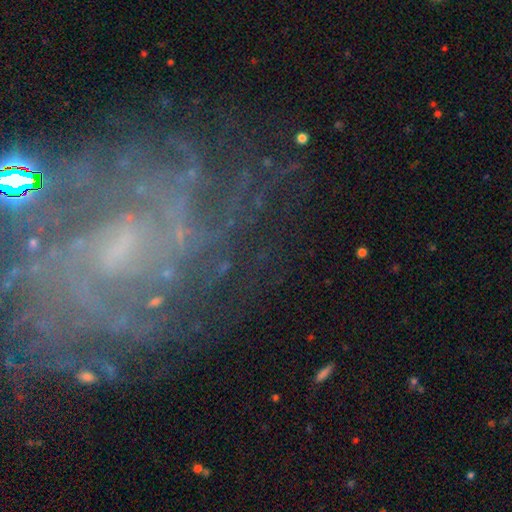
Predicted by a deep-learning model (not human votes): This is clearly a featured or disk galaxy (80%). It is clearly not viewed edge-on (97%). Bar: possibly weak (46%). Spiral arm pattern: clearly yes (90%). Spiral arm count: marginally can't tell (44%). Spiral winding: possibly tight (57%). Central bulge: possibly small (49%). Merging: likely none (69%).